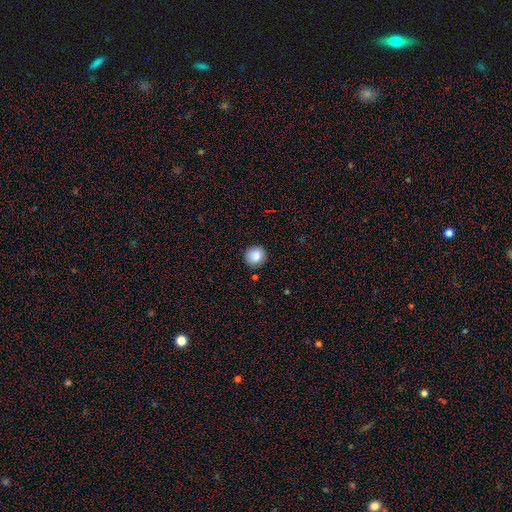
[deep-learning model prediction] This is clearly a smooth galaxy (86%). How rounded: clearly round (90%). Merging: clearly none (89%).